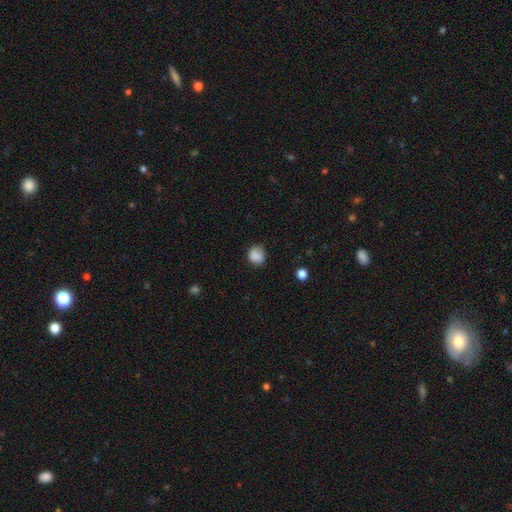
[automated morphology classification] smooth_or_featured: smooth (p=0.84) [alt: star or artifact p=0.09]
how_rounded: round (p=0.74) [alt: in between p=0.25]
merging: none (p=0.71) [alt: minor disturbance p=0.21]